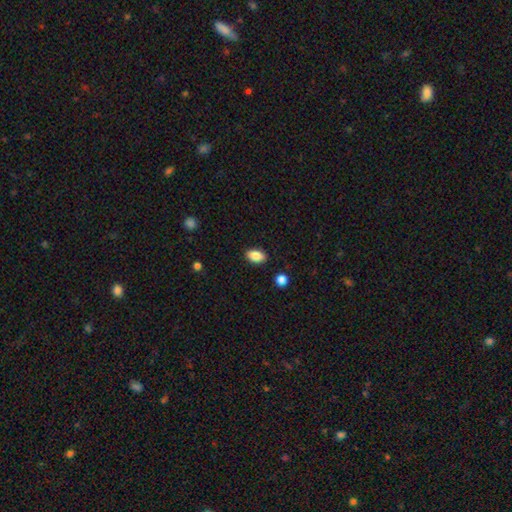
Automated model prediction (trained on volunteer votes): Overall: smooth (87%). How rounded: in between (91%). Merging: none (88%).